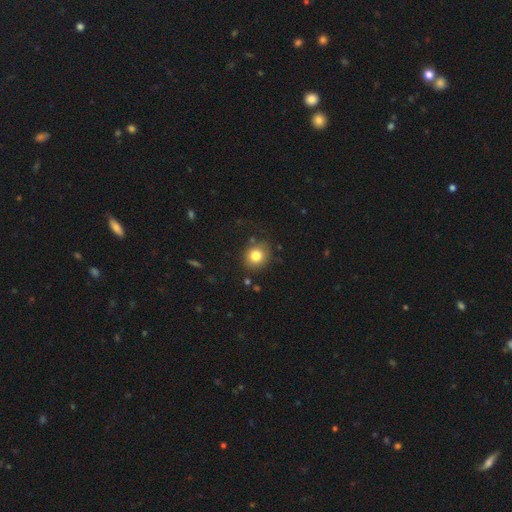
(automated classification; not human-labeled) A smooth galaxy with no disk features (80%) that is round (80%).

Vote fractions:
- Smooth or featured? smooth: 80% / star or artifact: 11% / featured or disk: 9%
- How rounded? round: 80% / in between: 19% / cigar-shaped: 1%
- Merging? none: 84% / minor disturbance: 11% / major disturbance: 3% / merger: 2%